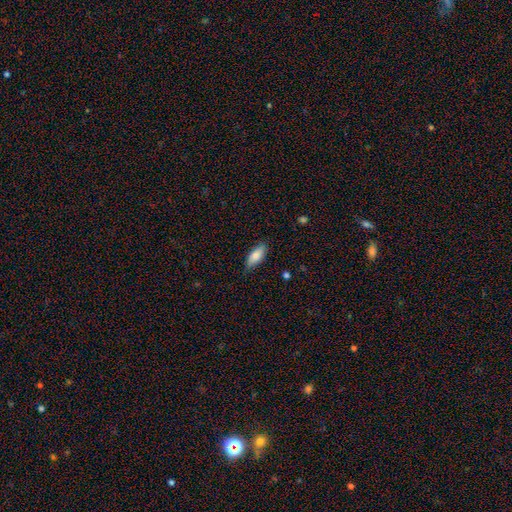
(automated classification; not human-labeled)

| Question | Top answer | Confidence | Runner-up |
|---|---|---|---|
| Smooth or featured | smooth | 81% | featured or disk (13%) |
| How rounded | in between | 80% | cigar-shaped (17%) |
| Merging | none | 78% | minor disturbance (18%) |